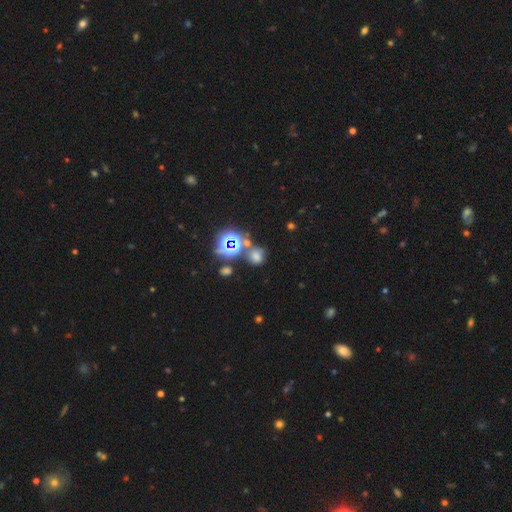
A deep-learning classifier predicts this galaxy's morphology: This appears to be a smooth galaxy with no disk features (53%) that is round (78%). Merging: none (61%).